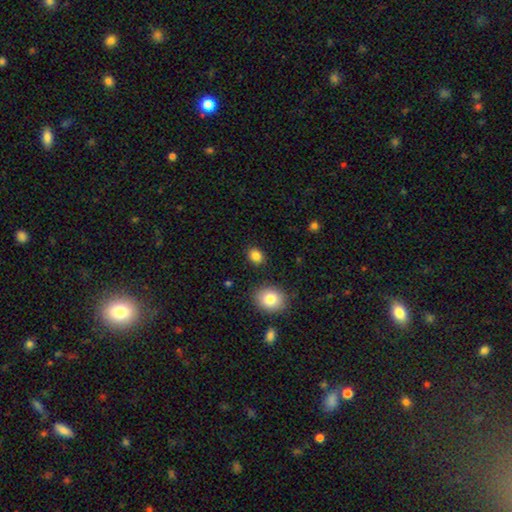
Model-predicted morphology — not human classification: This appears to be a smooth galaxy with no disk features (85%) that is in between round and cigar-shaped (53%). Merging: none (87%).